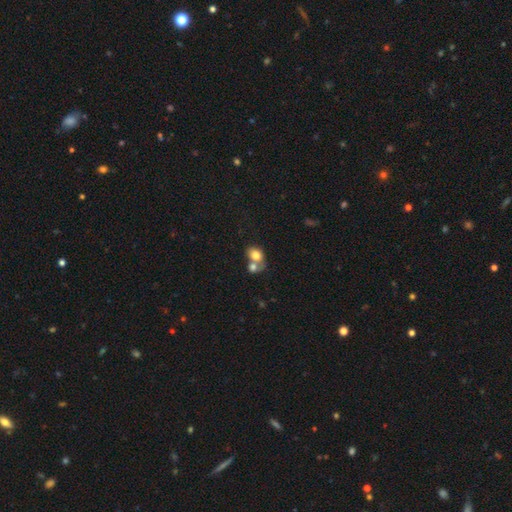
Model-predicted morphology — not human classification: type=smooth (76%); roundness=in between (57%); merging=merger (64%).